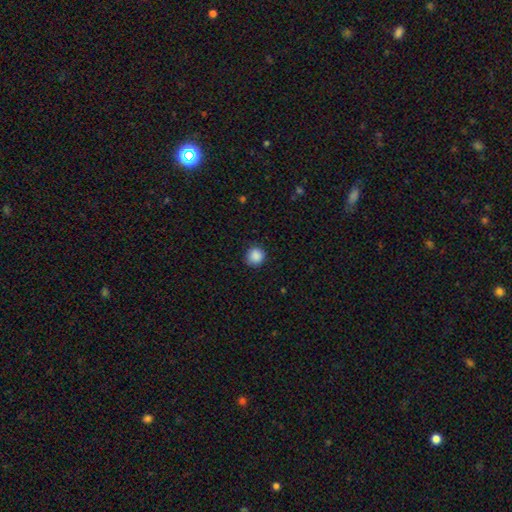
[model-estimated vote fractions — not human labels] This appears to be a smooth galaxy with no disk features (88%) that is round (92%). Merging: none (86%).